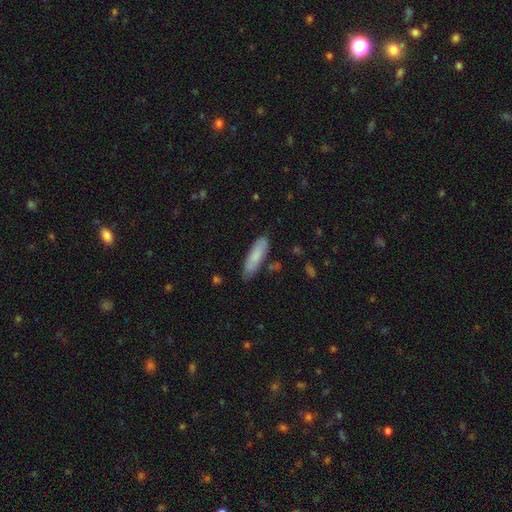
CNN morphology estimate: A smooth galaxy with no disk features (79%) that is cigar-shaped (58%).

Vote fractions:
- Smooth or featured? smooth: 79% / featured or disk: 15% / star or artifact: 6%
- How rounded? cigar-shaped: 58% / in between: 40% / round: 1%
- Merging? none: 79% / minor disturbance: 16% / major disturbance: 3% / merger: 3%